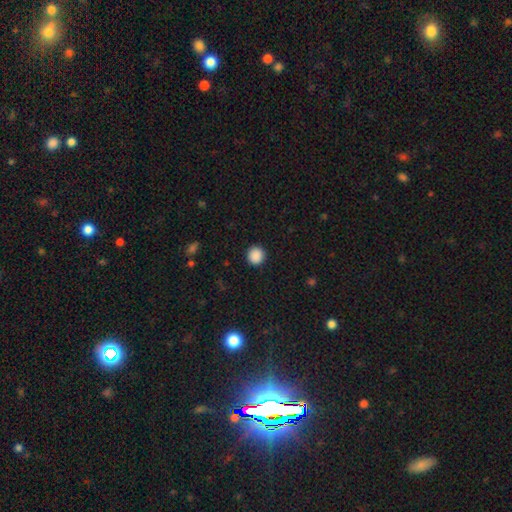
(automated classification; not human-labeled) smooth 89%, star or artifact 9%, featured or disk 2%. Down the decision tree: how rounded — round (92%); merging — none (92%).